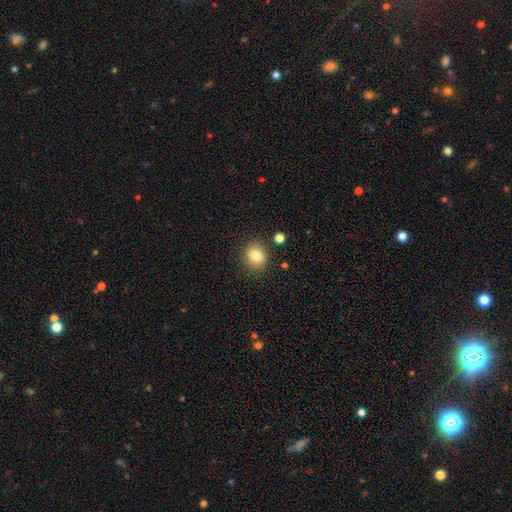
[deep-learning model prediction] Q: Smooth or featured?
A: smooth (82%); runner-up: star or artifact (10%)
Q: How rounded?
A: round (77%); runner-up: in between (22%)
Q: Merging?
A: none (84%); runner-up: minor disturbance (9%)